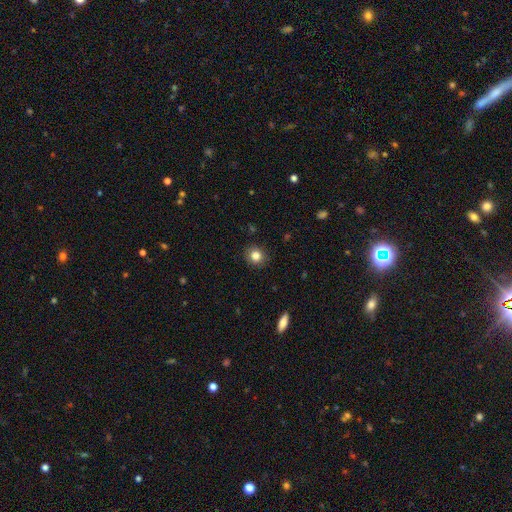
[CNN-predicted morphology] Overall: smooth (83%). How rounded: round (85%). Merging: none (90%).